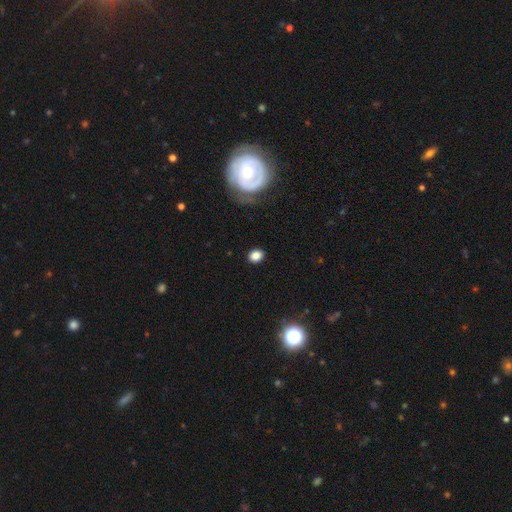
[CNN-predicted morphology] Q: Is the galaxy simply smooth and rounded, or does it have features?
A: smooth — 83%.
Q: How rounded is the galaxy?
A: in between — 50%.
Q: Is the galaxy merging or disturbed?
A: none — 89%.